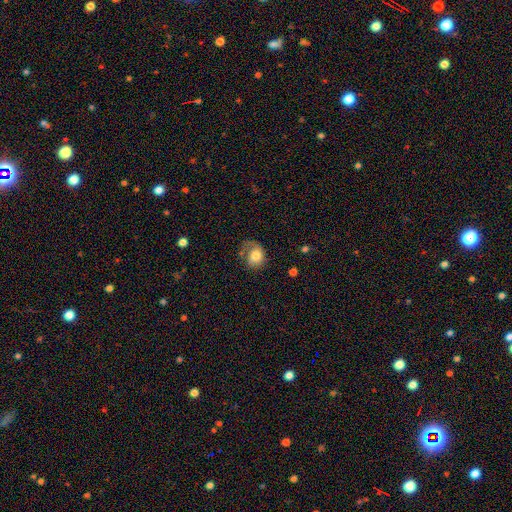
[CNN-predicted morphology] smooth 69%, featured or disk 22%, star or artifact 9%. Down the decision tree: how rounded — round (58%); merging — none (41%).